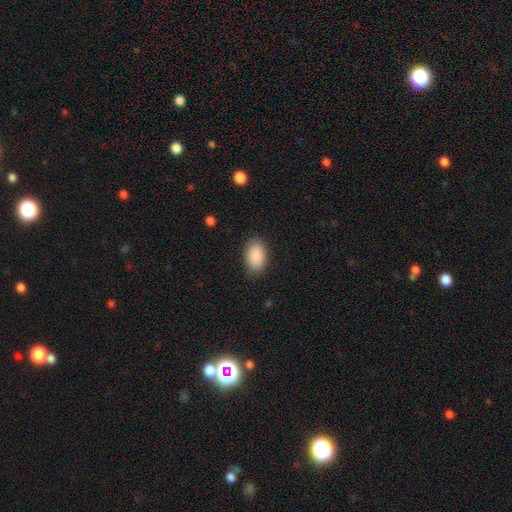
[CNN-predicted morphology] The model was most divided on "merging": none: 86%, minor disturbance: 10%, major disturbance: 3%, merger: 1%. More confident: how rounded — in between (92%); smooth or featured — smooth (90%).